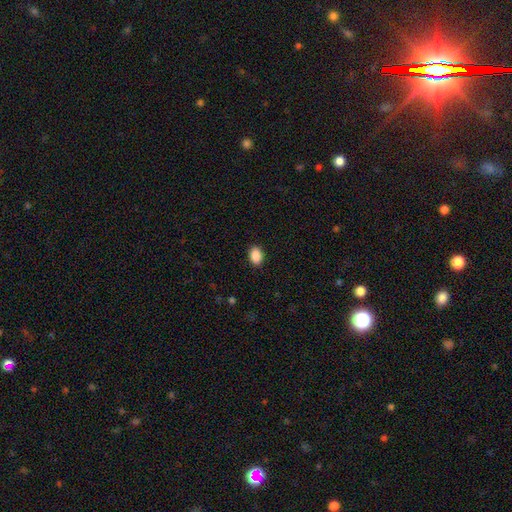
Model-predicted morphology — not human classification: A smooth galaxy with no disk features (90%) that is in between round and cigar-shaped (83%). Merging: none (89%).